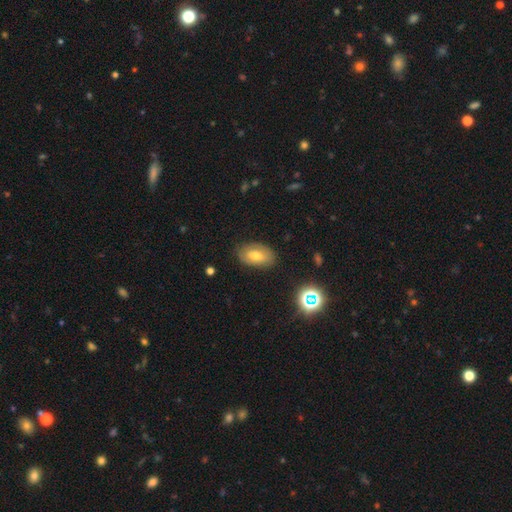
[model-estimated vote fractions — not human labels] Overall: smooth (68%). How rounded: in between (91%). Merging: none (82%).